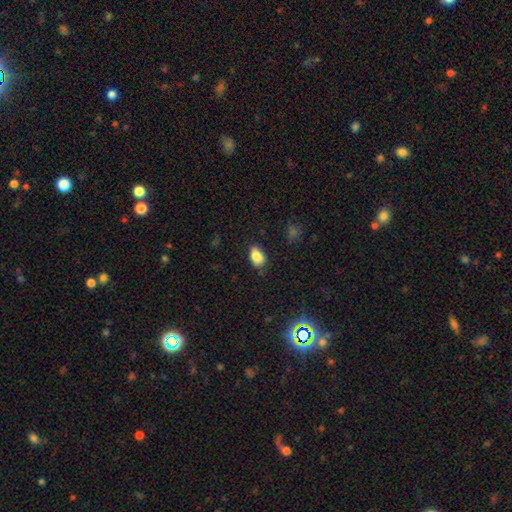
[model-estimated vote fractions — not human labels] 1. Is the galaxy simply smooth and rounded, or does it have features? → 84% smooth, 9% star or artifact, 7% featured or disk.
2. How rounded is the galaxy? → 90% in between, 8% round, 2% cigar-shaped.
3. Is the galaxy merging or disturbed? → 75% none, 20% minor disturbance, 4% major disturbance, 2% merger.